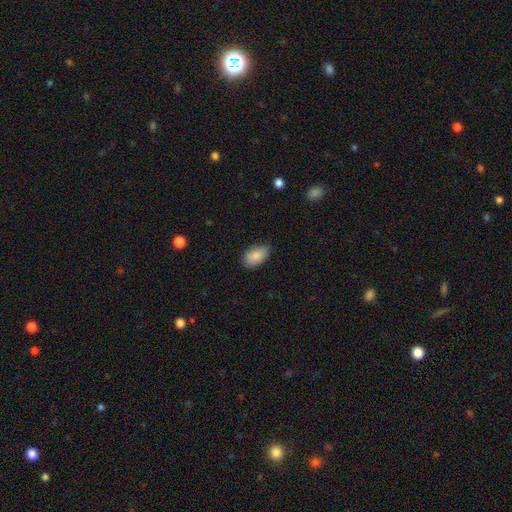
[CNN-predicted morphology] smooth-or-featured: smooth: 87% | star or artifact: 7% | featured or disk: 7%
  how-rounded: in between: 93% | round: 5% | cigar-shaped: 2%
  merging: none: 77% | minor disturbance: 19% | major disturbance: 3% | merger: 1%